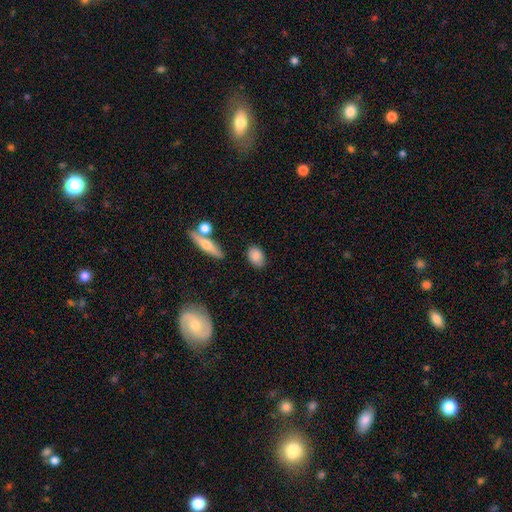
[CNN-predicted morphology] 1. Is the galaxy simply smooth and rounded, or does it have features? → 84% smooth, 9% featured or disk, 7% star or artifact.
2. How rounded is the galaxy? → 79% in between, 18% round, 3% cigar-shaped.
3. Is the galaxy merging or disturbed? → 81% none, 12% minor disturbance, 4% merger, 3% major disturbance.